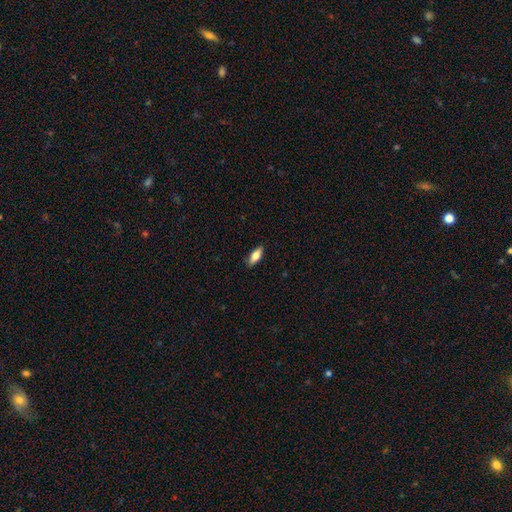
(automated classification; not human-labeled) A smooth galaxy with no disk features (76%) that is in between round and cigar-shaped (72%). Merging: none (87%).